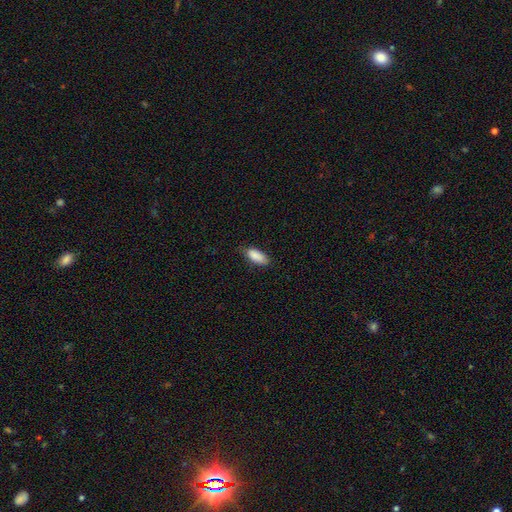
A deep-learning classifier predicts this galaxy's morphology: Q: Smooth or featured?
A: smooth (89%); runner-up: star or artifact (6%)
Q: How rounded?
A: in between (85%); runner-up: cigar-shaped (13%)
Q: Merging?
A: none (74%); runner-up: minor disturbance (21%)